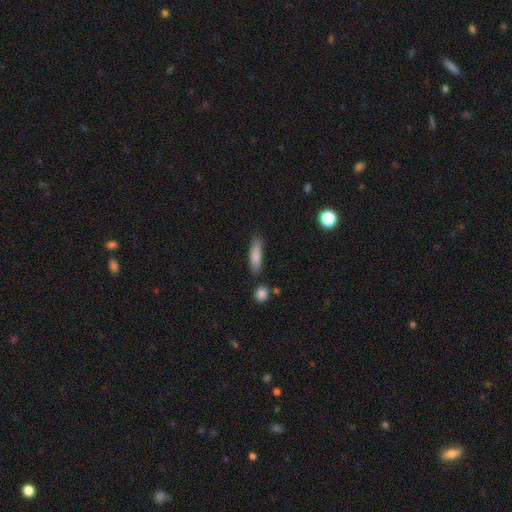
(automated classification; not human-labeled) smooth 83%, featured or disk 10%, star or artifact 7%. Down the decision tree: how rounded — cigar-shaped (67%); merging — none (78%).